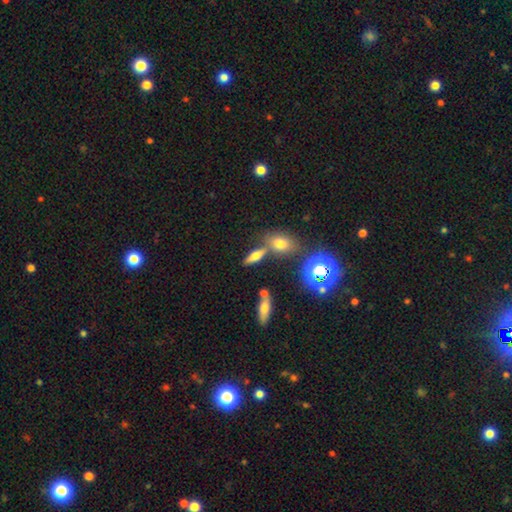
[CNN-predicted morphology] Smooth or featured: smooth — 53% (featured or disk — 31%)
How rounded: in between — 48% (cigar-shaped — 43%)
Merging: none — 66% (merger — 19%)